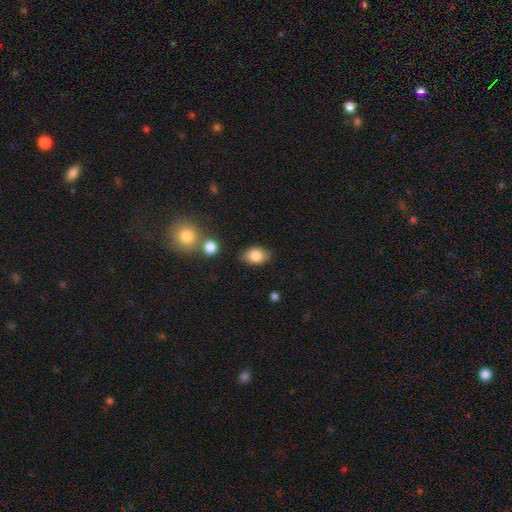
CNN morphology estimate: A smooth galaxy with no disk features (83%) that is in between round and cigar-shaped (83%). Merging: none (83%).